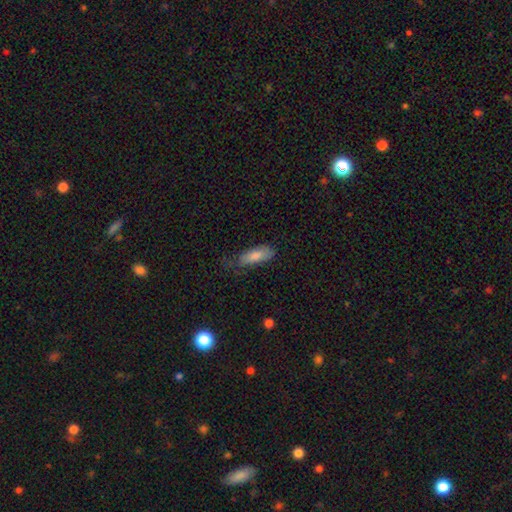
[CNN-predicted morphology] Smooth or featured: smooth — 76% (featured or disk — 15%)
How rounded: in between — 61% (cigar-shaped — 37%)
Merging: none — 60% (minor disturbance — 29%)